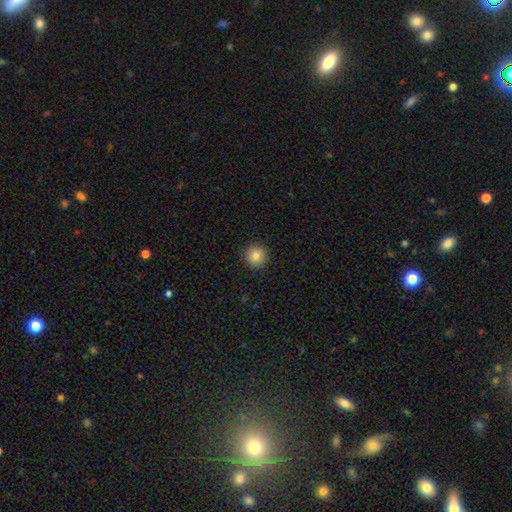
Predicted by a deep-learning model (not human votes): Q: Smooth or featured?
A: smooth (83%); runner-up: star or artifact (10%)
Q: How rounded?
A: round (95%); runner-up: in between (4%)
Q: Merging?
A: none (92%); runner-up: minor disturbance (5%)